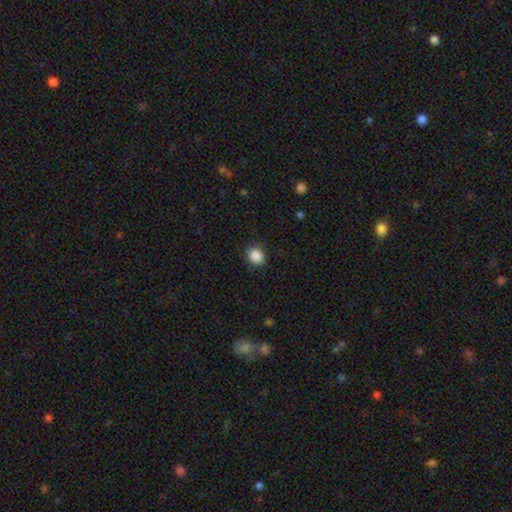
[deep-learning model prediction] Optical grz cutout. It shows a smooth galaxy with no disk features (89%) that is round (67%). Merging: none (87%).